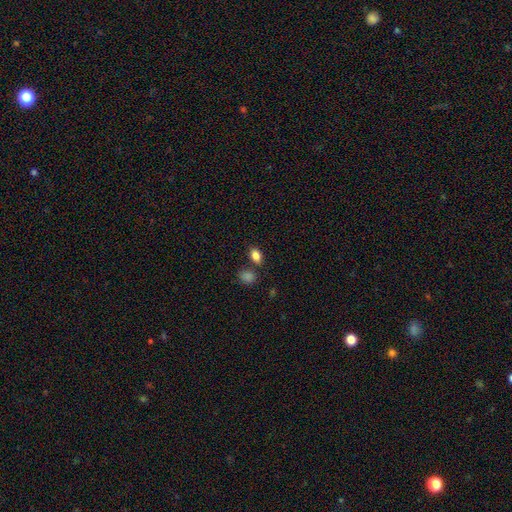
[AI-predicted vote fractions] This is clearly a smooth galaxy (85%). How rounded: clearly in between (84%). Merging: likely none (74%).